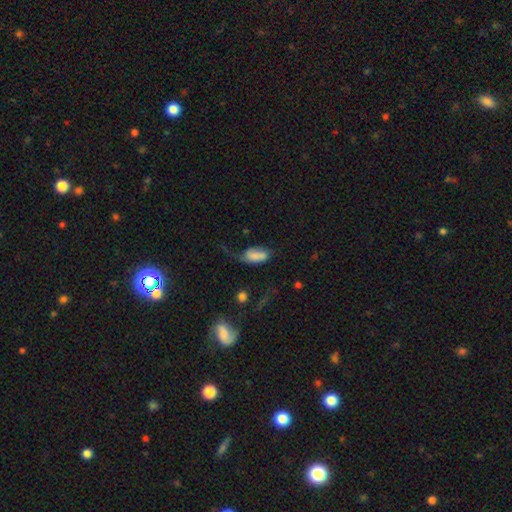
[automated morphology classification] This appears to be a smooth galaxy with no disk features (71%) that is in between round and cigar-shaped (91%). Merging: major disturbance (40%).